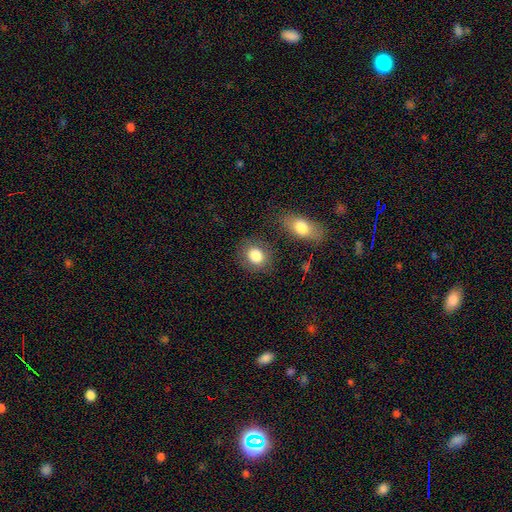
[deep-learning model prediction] Q: Smooth or featured?
A: smooth (84%); runner-up: featured or disk (8%)
Q: How rounded?
A: round (59%); runner-up: in between (40%)
Q: Merging?
A: none (78%); runner-up: minor disturbance (12%)